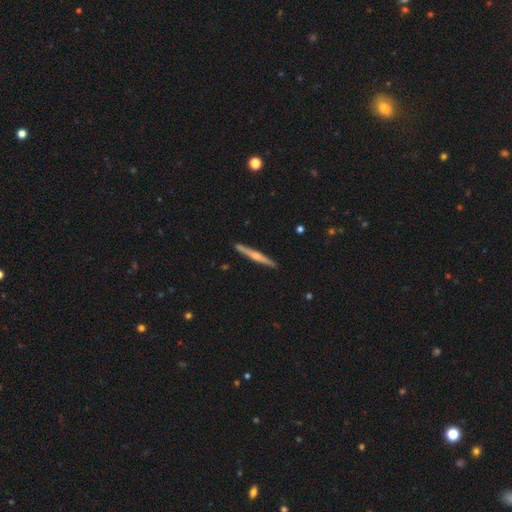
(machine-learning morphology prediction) Q: Smooth or featured?
A: featured or disk (66%); runner-up: smooth (28%)
Q: Edge-on disk?
A: yes (98%); runner-up: no (2%)
Q: Edge-on bulge?
A: rounded (69%); runner-up: none (18%)
Q: Merging?
A: none (91%); runner-up: minor disturbance (6%)